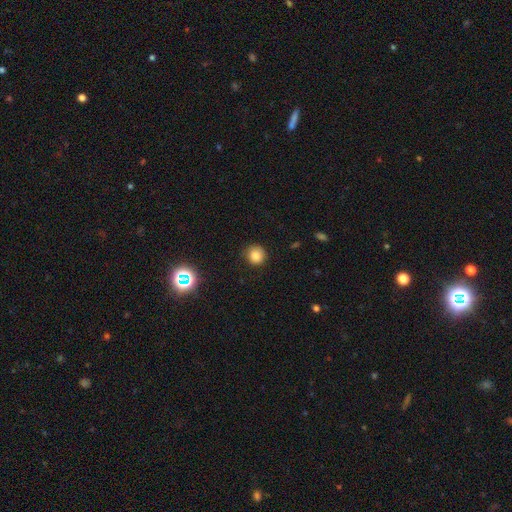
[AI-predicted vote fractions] Smooth or featured?
  - smooth: 81% *
  - star or artifact: 14%
  - featured or disk: 5%
How rounded?
  - round: 90% *
  - in between: 9%
  - cigar-shaped: 1%
Merging?
  - none: 84% *
  - minor disturbance: 12%
  - major disturbance: 3%
  - merger: 1%